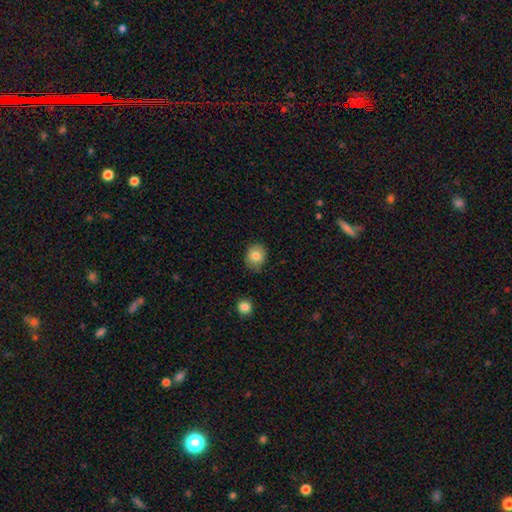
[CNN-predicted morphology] smooth-or-featured: smooth: 83% | star or artifact: 9% | featured or disk: 8%
  how-rounded: round: 75% | in between: 24% | cigar-shaped: 1%
  merging: none: 79% | minor disturbance: 16% | major disturbance: 3% | merger: 2%